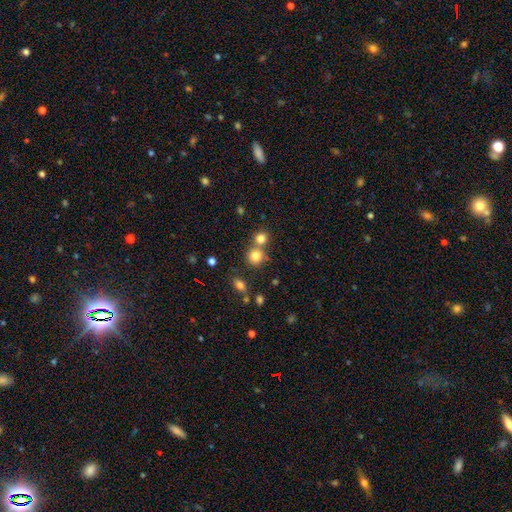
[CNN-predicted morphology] This is clearly a smooth galaxy (80%). How rounded: clearly round (89%). Merging: likely none (60%).